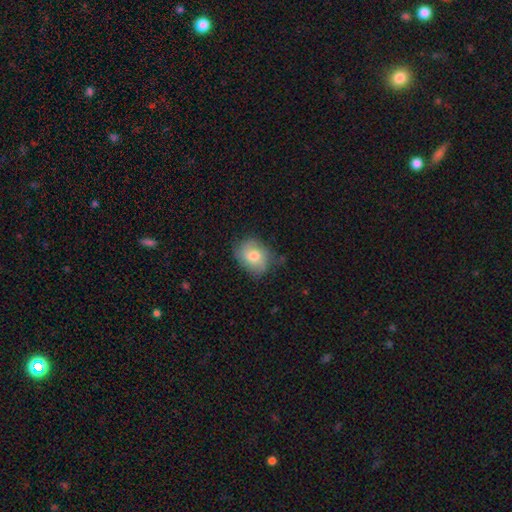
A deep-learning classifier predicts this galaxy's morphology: The model was most divided on "how rounded": in between: 57%, round: 42%, cigar-shaped: 1%. More confident: smooth or featured — smooth (69%); merging — none (63%).